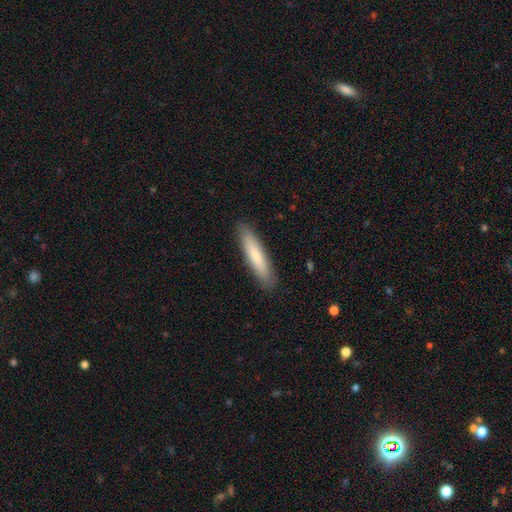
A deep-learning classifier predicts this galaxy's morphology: Smooth or featured? smooth (74%)
How rounded? cigar-shaped (84%)
Merging? none (89%)